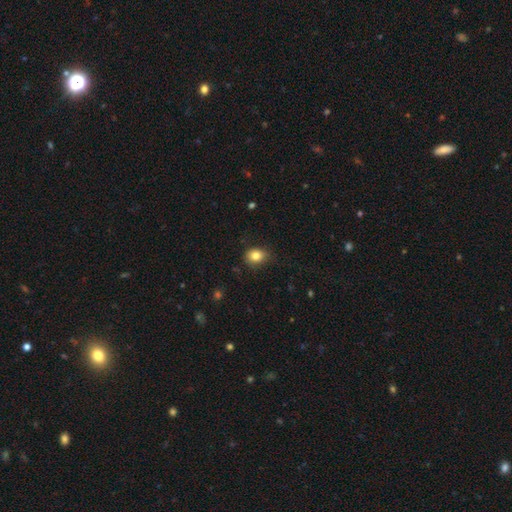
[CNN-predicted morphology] Smooth or featured? smooth (82%)
How rounded? round (52%)
Merging? none (75%)